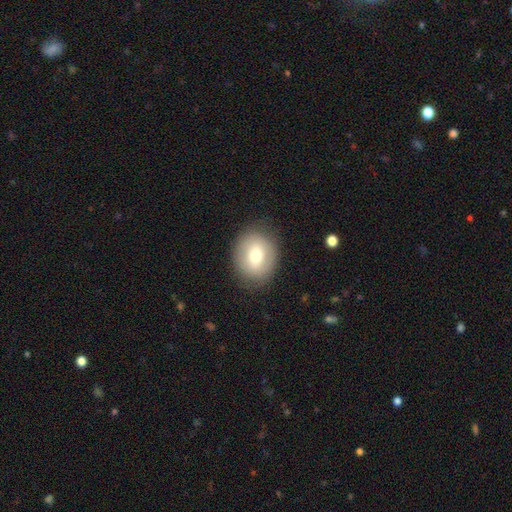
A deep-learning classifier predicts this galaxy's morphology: Smooth or featured: smooth — 68% (featured or disk — 23%)
How rounded: round — 52% (in between — 47%)
Merging: none — 84% (minor disturbance — 11%)